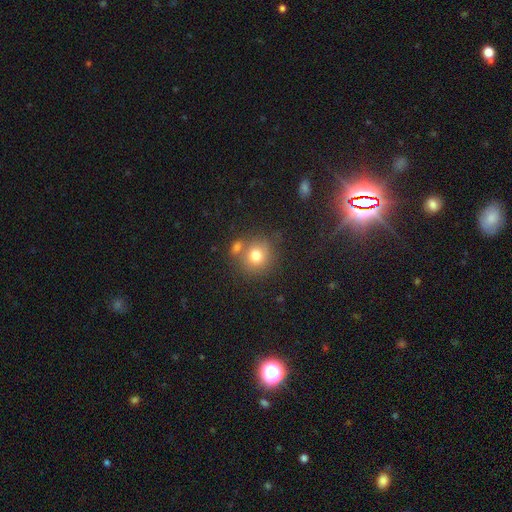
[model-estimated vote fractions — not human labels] smooth 76%, star or artifact 12%, featured or disk 12%. Down the decision tree: how rounded — round (87%); merging — none (62%).